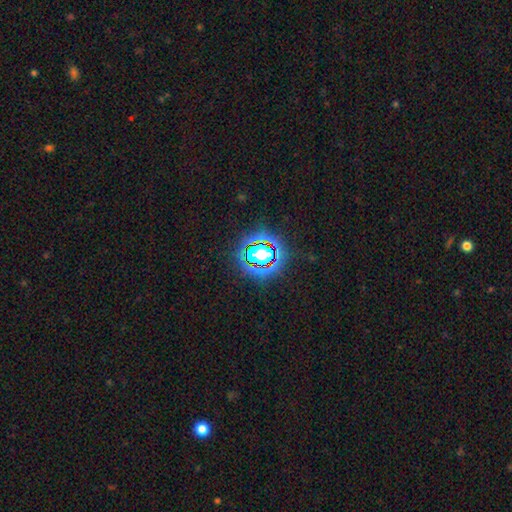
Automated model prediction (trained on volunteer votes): star or artifact 80%, smooth 12%, featured or disk 8%.